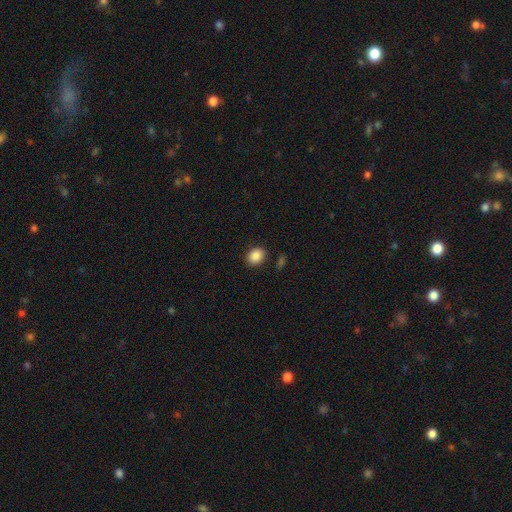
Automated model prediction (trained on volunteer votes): Smooth or featured? Predicted: smooth (p=0.88). How rounded? Predicted: round (p=0.51). Merging? Predicted: none (p=0.87).